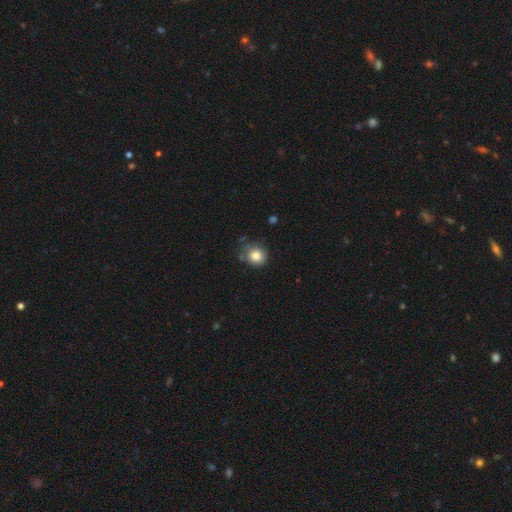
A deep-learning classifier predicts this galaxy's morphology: The model was most divided on "merging": none: 71%, minor disturbance: 21%, major disturbance: 5%, merger: 4%. More confident: how rounded — round (84%); smooth or featured — smooth (81%).